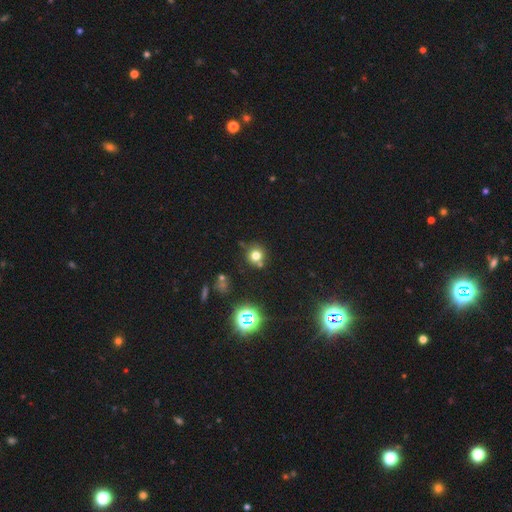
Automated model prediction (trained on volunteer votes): Morphology: type=smooth (70%); roundness=round (91%); merging=none (73%).